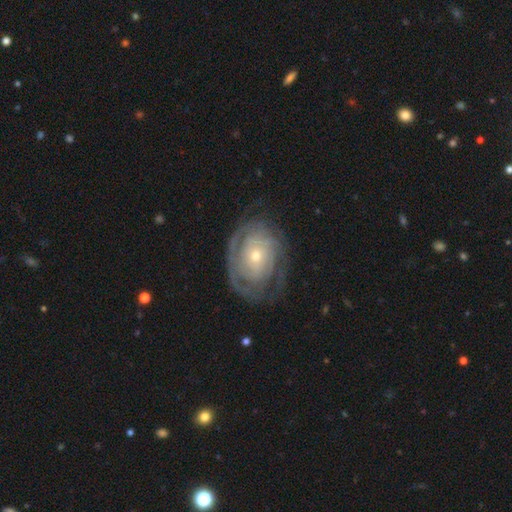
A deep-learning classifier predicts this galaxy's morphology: Q: Smooth or featured?
A: featured or disk (78%); runner-up: smooth (16%)
Q: Edge-on disk?
A: no (96%); runner-up: yes (4%)
Q: Bar?
A: no (79%); runner-up: weak (17%)
Q: Spiral arms?
A: yes (82%); runner-up: no (18%)
Q: Spiral winding?
A: tight (71%); runner-up: medium (21%)
Q: Spiral arm count?
A: can't tell (51%); runner-up: 2 (22%)
Q: Bulge size?
A: small (60%); runner-up: moderate (36%)
Q: Merging?
A: none (66%); runner-up: minor disturbance (20%)